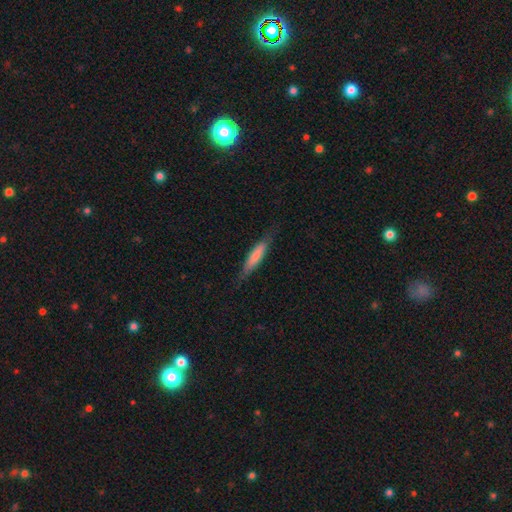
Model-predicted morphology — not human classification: Smooth or featured? Predicted: smooth (p=0.72). How rounded? Predicted: cigar-shaped (p=0.84). Merging? Predicted: none (p=0.79).